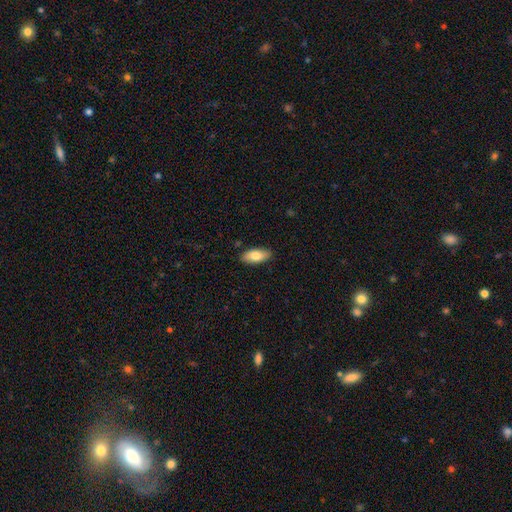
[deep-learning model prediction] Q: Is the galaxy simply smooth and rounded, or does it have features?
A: smooth — 79%.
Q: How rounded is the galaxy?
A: in between — 89%.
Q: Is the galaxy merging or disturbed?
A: none — 87%.